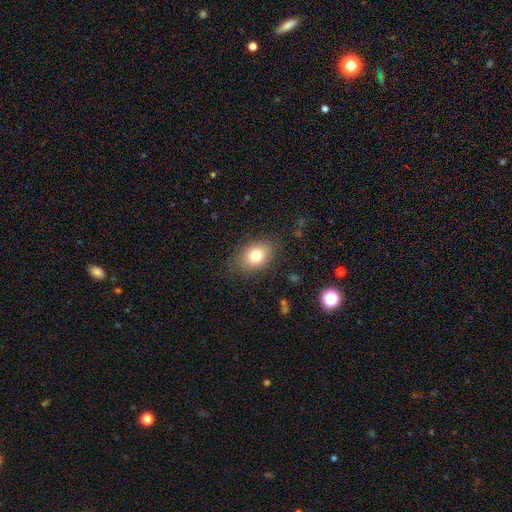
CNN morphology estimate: type=smooth (82%); roundness=in between (82%); merging=none (79%).